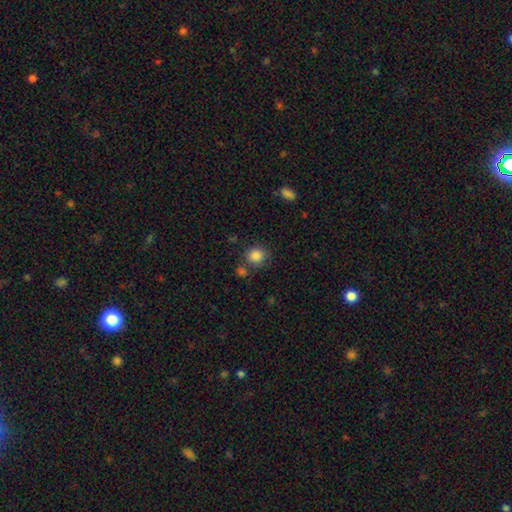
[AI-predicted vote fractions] Q: Smooth or featured?
A: smooth (86%); runner-up: star or artifact (10%)
Q: How rounded?
A: round (83%); runner-up: in between (16%)
Q: Merging?
A: none (73%); runner-up: minor disturbance (12%)